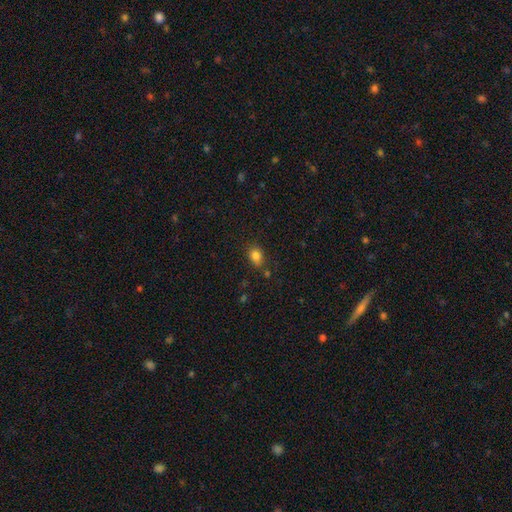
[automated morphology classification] This appears to be a smooth galaxy with no disk features (83%) that is in between round and cigar-shaped (61%). Merging: none (76%).